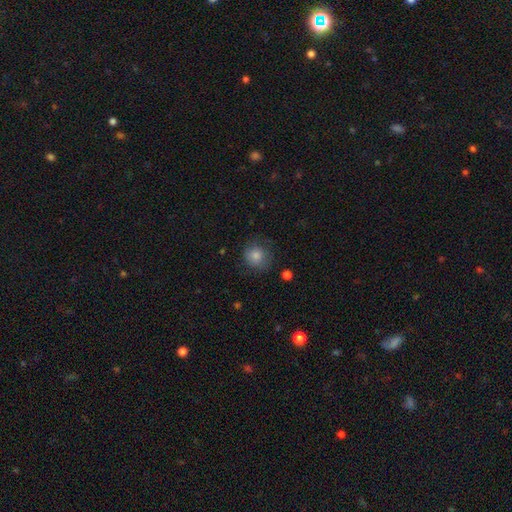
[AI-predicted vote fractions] Smooth or featured? smooth (81%)
How rounded? round (85%)
Merging? none (71%)